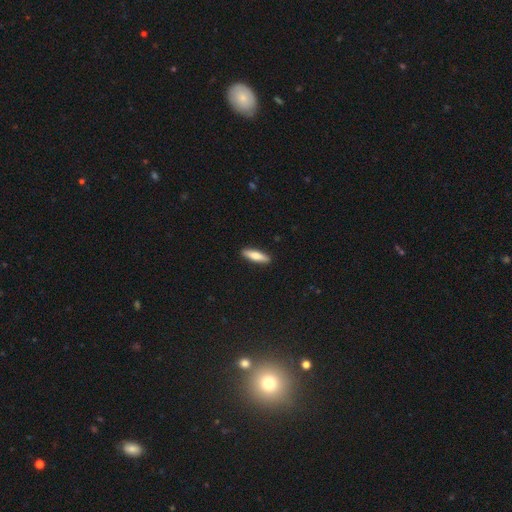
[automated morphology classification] Smooth or featured? smooth (75%)
How rounded? cigar-shaped (66%)
Merging? none (91%)